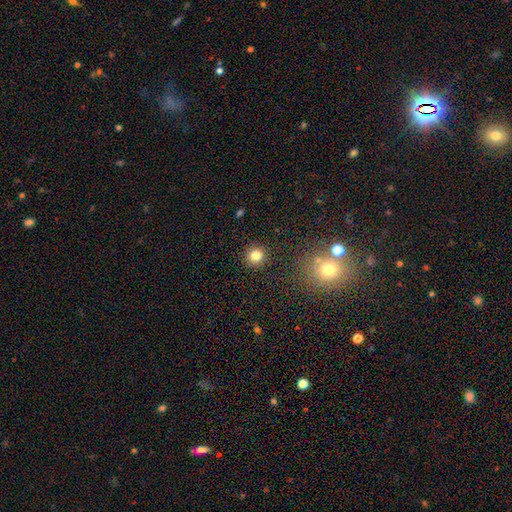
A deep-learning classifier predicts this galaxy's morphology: smooth_or_featured: smooth (p=0.81) [alt: star or artifact p=0.13]
how_rounded: round (p=0.91) [alt: in between p=0.08]
merging: none (p=0.90) [alt: minor disturbance p=0.06]